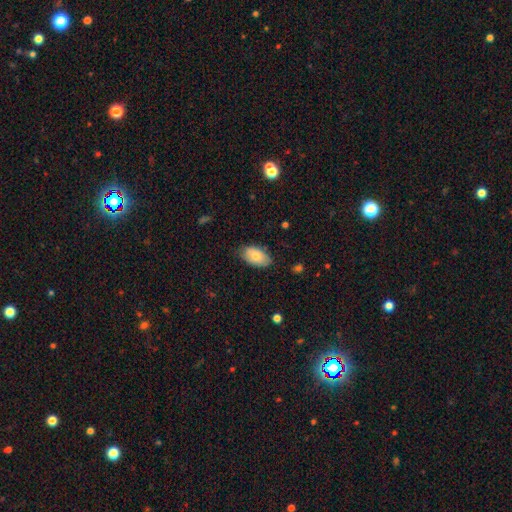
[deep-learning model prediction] The model was most divided on "merging": none: 76%, minor disturbance: 20%, major disturbance: 3%, merger: 1%. More confident: how rounded — in between (94%); smooth or featured — smooth (79%).